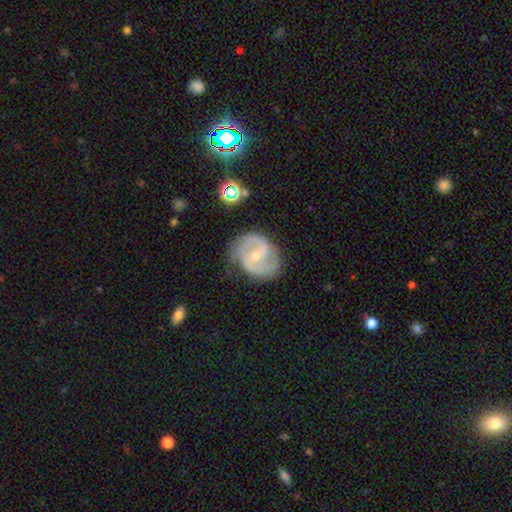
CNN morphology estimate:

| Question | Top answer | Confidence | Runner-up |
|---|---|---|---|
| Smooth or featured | featured or disk | 88% | smooth (7%) |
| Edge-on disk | no | 98% | yes (2%) |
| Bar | weak | 44% | no (36%) |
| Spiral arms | yes | 96% | no (4%) |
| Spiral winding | medium | 52% | tight (34%) |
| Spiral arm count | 2 | 86% | can't tell (5%) |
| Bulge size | small | 59% | moderate (38%) |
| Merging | none | 73% | minor disturbance (20%) |